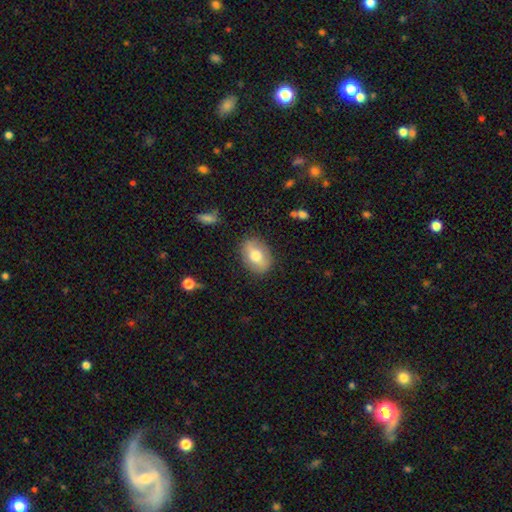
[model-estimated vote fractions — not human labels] Smooth or featured? Predicted: smooth (p=0.62). How rounded? Predicted: in between (p=0.75). Merging? Predicted: none (p=0.83).